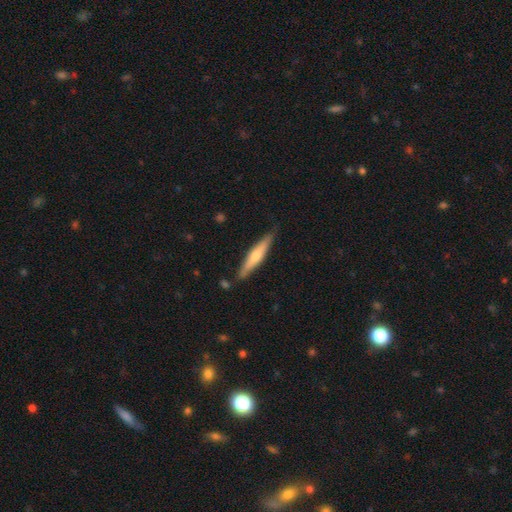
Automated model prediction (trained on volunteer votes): This is possibly a smooth galaxy (48%). Merging: clearly none (81%).